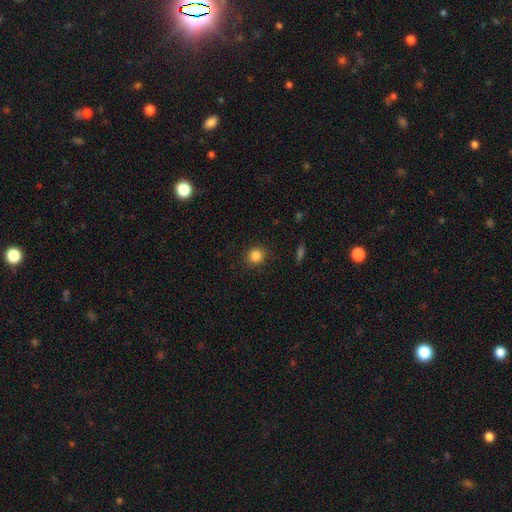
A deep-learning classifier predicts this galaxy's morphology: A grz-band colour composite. It shows a smooth galaxy with no disk features (85%) that is round (89%). Merging: none (90%).